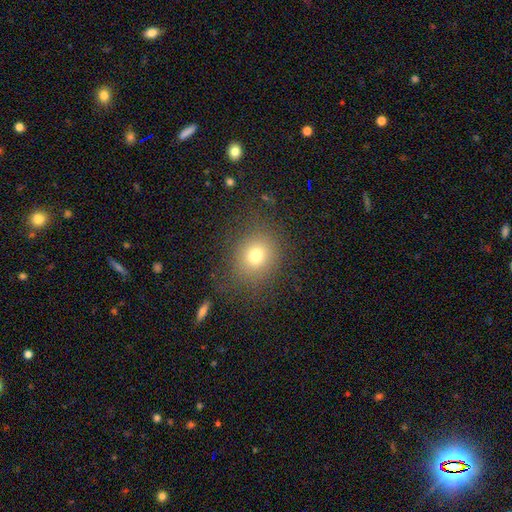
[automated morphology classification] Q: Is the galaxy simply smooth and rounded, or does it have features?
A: smooth — 73%.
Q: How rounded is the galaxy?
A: round — 75%.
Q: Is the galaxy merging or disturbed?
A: none — 79%.